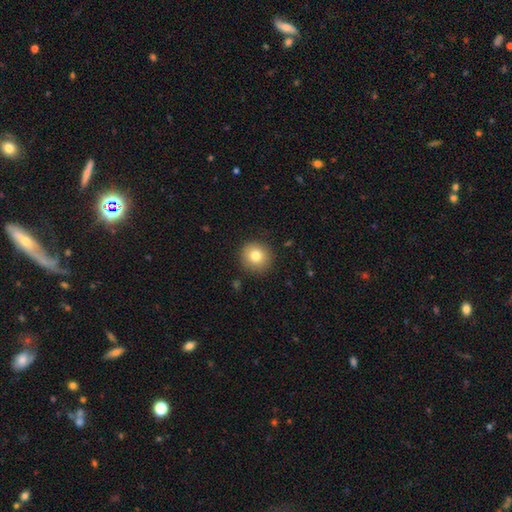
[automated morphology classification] This appears to be a smooth galaxy with no disk features (80%) that is round (93%). Merging: none (90%).